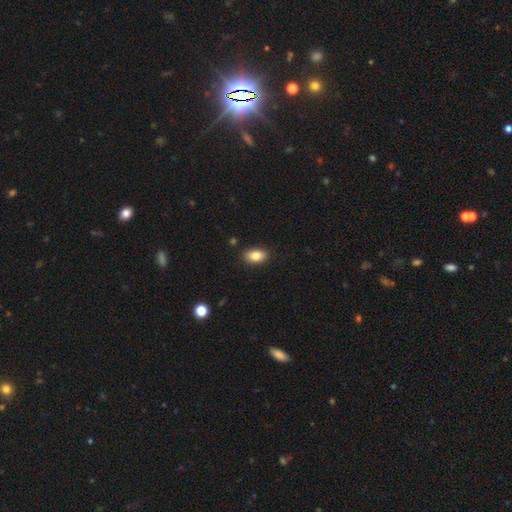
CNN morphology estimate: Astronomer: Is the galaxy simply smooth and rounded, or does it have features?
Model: smooth — 84%.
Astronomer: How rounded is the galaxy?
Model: in between — 91%.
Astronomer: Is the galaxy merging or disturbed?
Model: none — 88%.